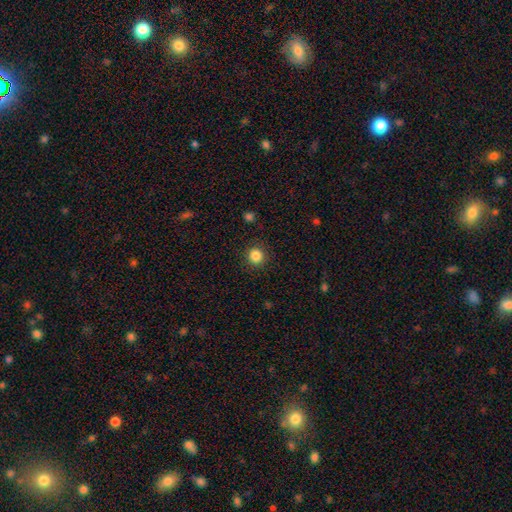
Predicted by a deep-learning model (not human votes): Smooth or featured? Predicted: smooth (p=0.85). How rounded? Predicted: round (p=0.91). Merging? Predicted: none (p=0.90).